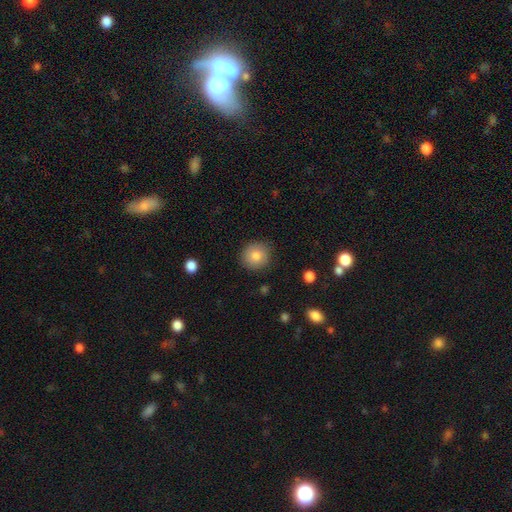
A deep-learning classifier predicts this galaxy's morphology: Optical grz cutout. It shows a smooth galaxy with no disk features (81%) that is round (89%). Merging: none (87%).